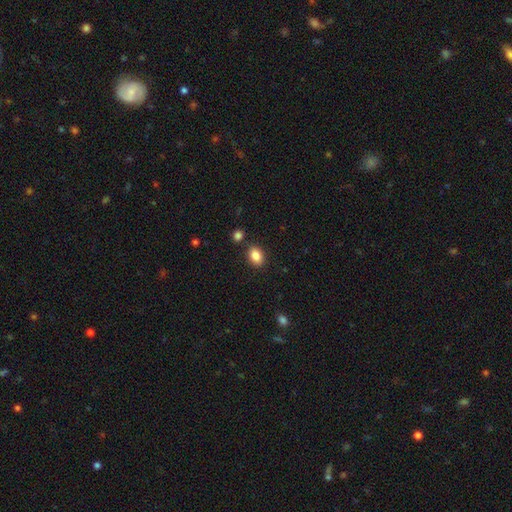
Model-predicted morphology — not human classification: The model was most divided on "how rounded": in between: 80%, round: 18%, cigar-shaped: 1%. More confident: smooth or featured — smooth (87%); merging — none (82%).